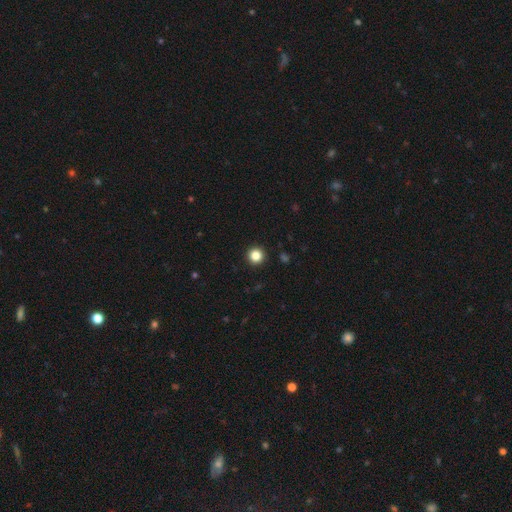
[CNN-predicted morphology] Smooth or featured? Predicted: smooth (p=0.84). How rounded? Predicted: round (p=0.96). Merging? Predicted: none (p=0.93).